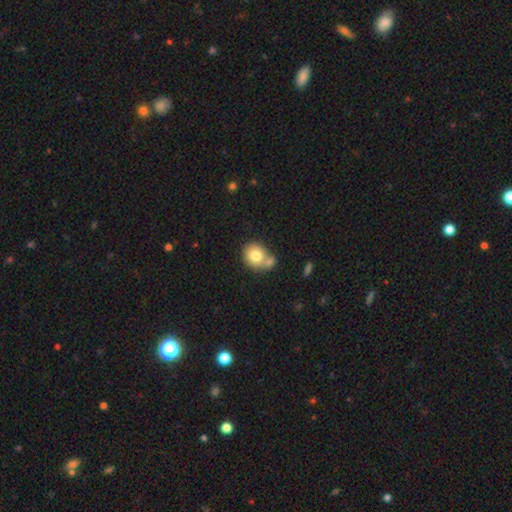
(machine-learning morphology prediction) Smooth or featured?
  - smooth: 77% *
  - featured or disk: 15%
  - star or artifact: 9%
How rounded?
  - round: 66% *
  - in between: 33%
  - cigar-shaped: 1%
Merging?
  - none: 42% * (tied)
  - merger: 42% * (tied)
  - minor disturbance: 13%
  - major disturbance: 4%